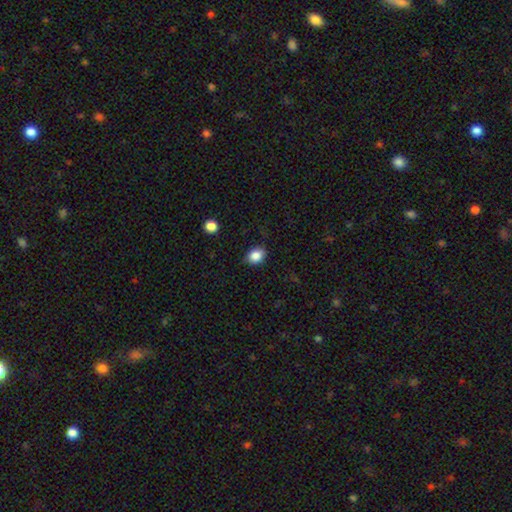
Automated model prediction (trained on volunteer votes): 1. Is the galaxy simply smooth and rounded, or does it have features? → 86% smooth, 9% star or artifact, 5% featured or disk.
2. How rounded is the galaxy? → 59% in between, 40% round, 1% cigar-shaped.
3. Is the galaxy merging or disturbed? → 80% none, 15% minor disturbance, 3% major disturbance, 1% merger.